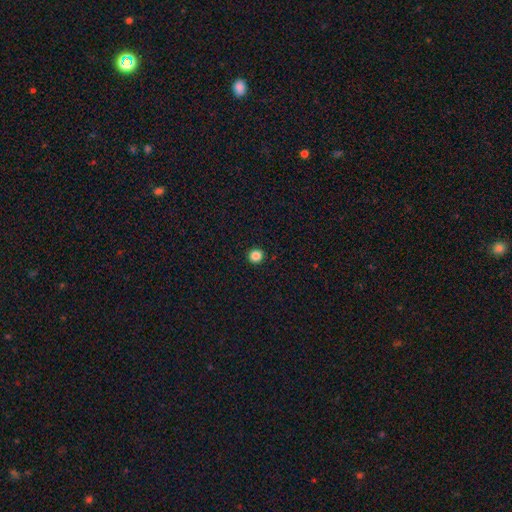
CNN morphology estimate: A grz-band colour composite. It shows a smooth galaxy with no disk features (85%) that is round (92%). Merging: none (93%).